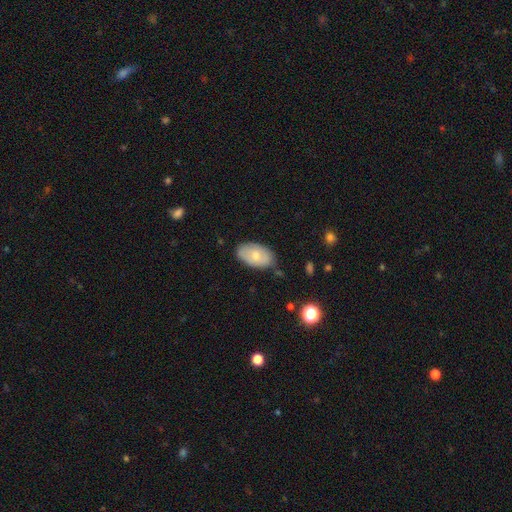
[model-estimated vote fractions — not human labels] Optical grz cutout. It shows a smooth galaxy with no disk features (66%) that is in between round and cigar-shaped (93%). Merging: none (77%).